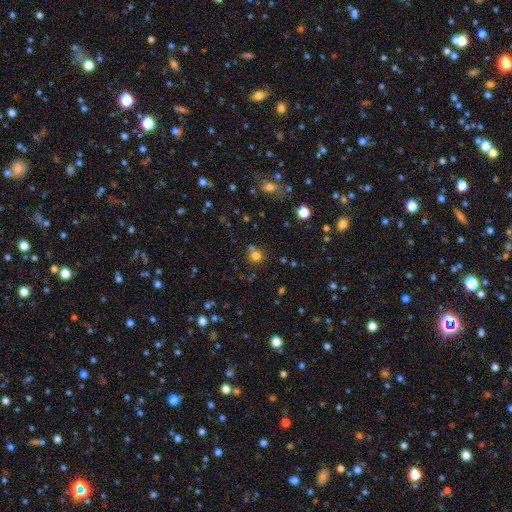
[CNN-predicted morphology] type=smooth (75%); roundness=round (91%); merging=none (71%).